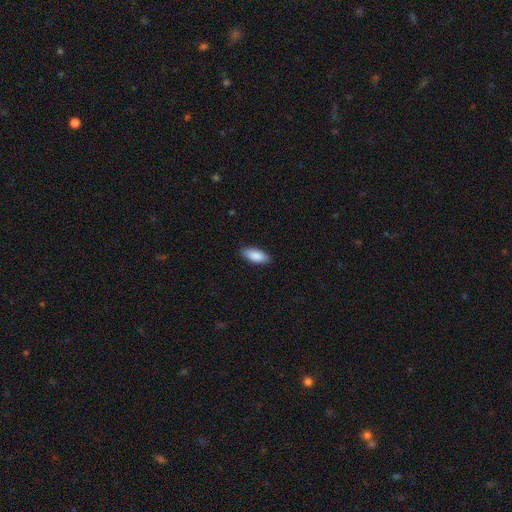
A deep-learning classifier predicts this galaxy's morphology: Overall: smooth (88%). How rounded: in between (84%). Merging: none (88%).